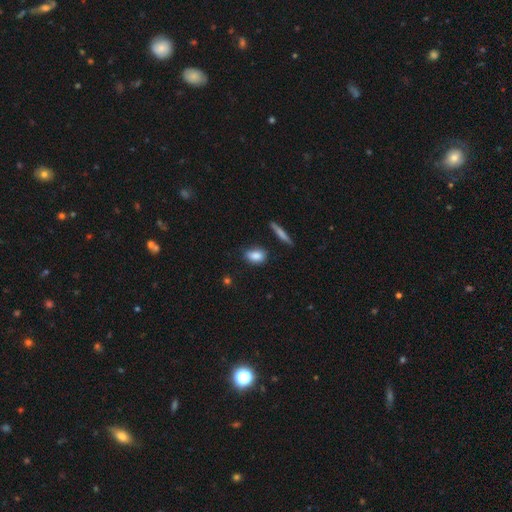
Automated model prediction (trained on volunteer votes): A smooth galaxy with no disk features (85%) that is in between round and cigar-shaped (78%). Merging: none (76%).